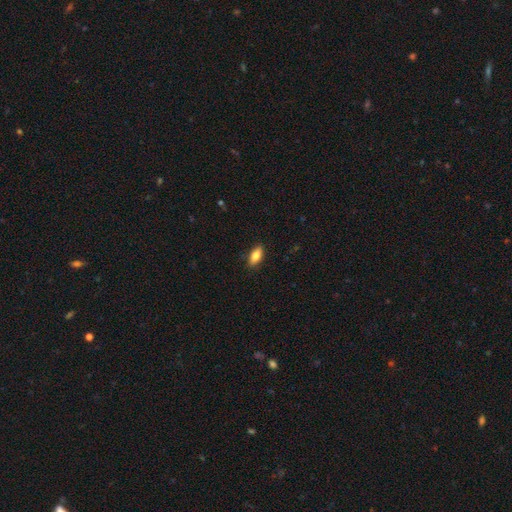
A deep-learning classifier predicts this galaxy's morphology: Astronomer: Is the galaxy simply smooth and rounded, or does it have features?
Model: smooth — 81%.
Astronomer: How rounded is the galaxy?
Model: in between — 85%.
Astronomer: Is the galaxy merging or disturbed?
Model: none — 88%.